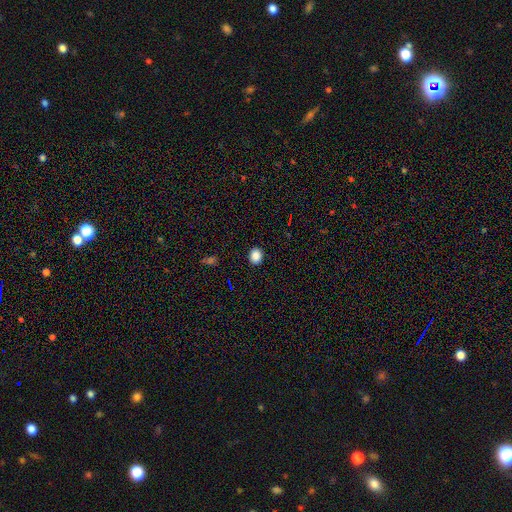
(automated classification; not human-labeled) smooth_or_featured: smooth (p=0.87) [alt: star or artifact p=0.10]
how_rounded: round (p=0.59) [alt: in between p=0.40]
merging: none (p=0.91) [alt: minor disturbance p=0.06]